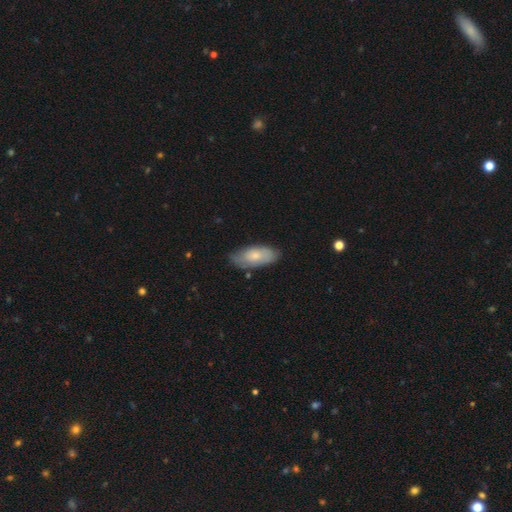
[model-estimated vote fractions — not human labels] smooth-or-featured: smooth: 66% | featured or disk: 28% | star or artifact: 6%
  how-rounded: in between: 85% | cigar-shaped: 13% | round: 2%
  merging: none: 71% | minor disturbance: 23% | major disturbance: 4% | merger: 2%